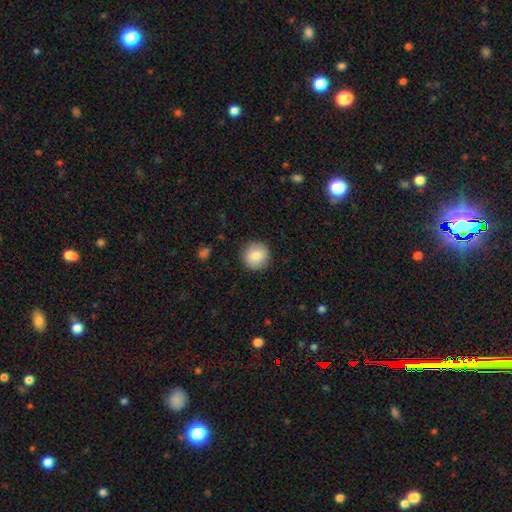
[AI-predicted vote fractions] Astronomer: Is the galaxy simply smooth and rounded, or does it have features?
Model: smooth — 85%.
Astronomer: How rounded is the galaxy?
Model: round — 94%.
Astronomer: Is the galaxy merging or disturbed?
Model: none — 89%.